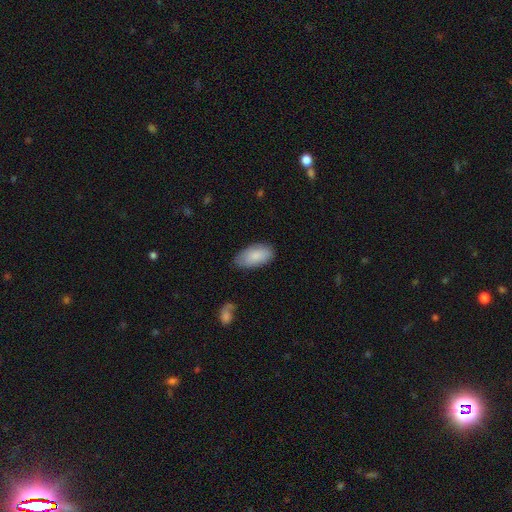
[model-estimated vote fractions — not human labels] smooth 84%, featured or disk 10%, star or artifact 6%. Down the decision tree: how rounded — in between (94%); merging — none (76%).